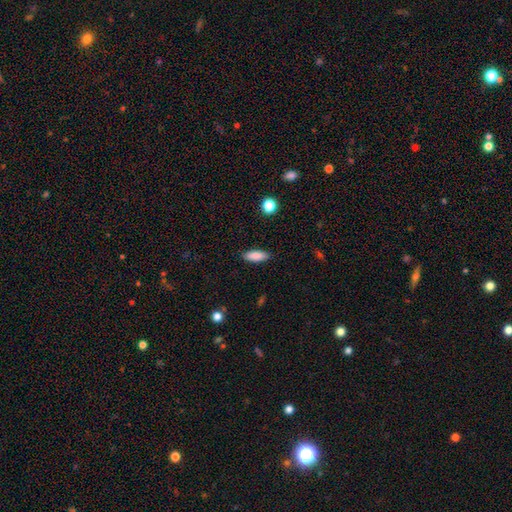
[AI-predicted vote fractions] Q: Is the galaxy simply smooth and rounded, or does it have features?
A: smooth — 86%.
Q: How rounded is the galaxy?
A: in between — 65%.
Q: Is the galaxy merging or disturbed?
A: none — 89%.